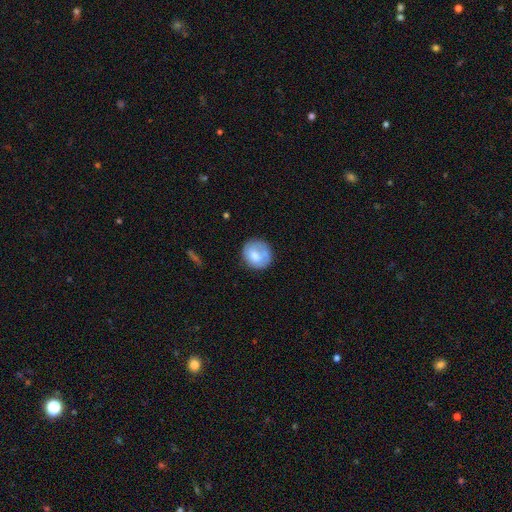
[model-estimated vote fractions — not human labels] Smooth or featured?
  - smooth: 66% *
  - featured or disk: 26%
  - star or artifact: 7%
How rounded?
  - round: 81% *
  - in between: 19%
  - cigar-shaped: 1%
Merging?
  - none: 65% *
  - minor disturbance: 22%
  - major disturbance: 9%
  - merger: 4%